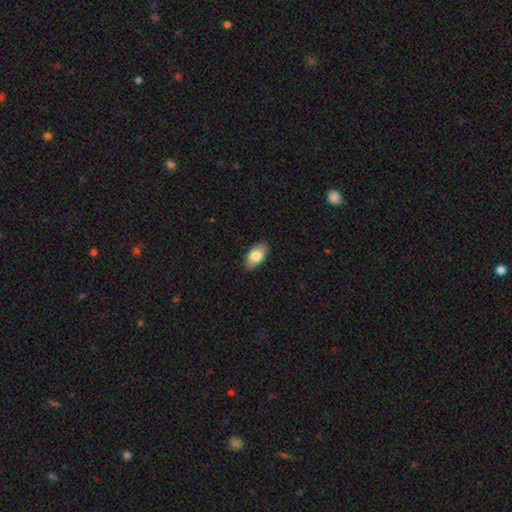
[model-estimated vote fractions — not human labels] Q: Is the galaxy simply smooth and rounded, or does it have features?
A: smooth — 80%.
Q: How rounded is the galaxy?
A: in between — 93%.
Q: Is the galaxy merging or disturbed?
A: none — 87%.